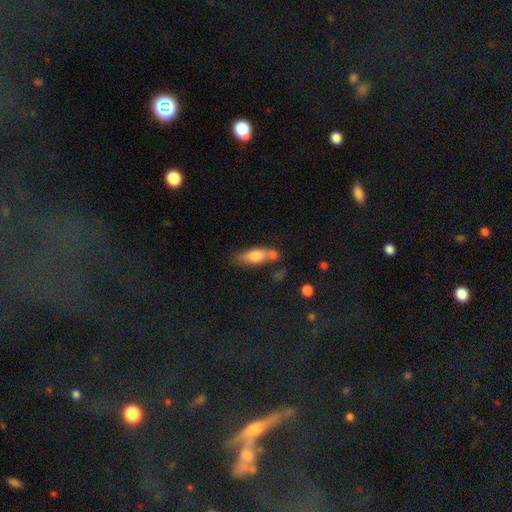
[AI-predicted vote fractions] This appears to be a smooth galaxy with no disk features (74%) that is in between round and cigar-shaped (72%). Merging: none (49%).